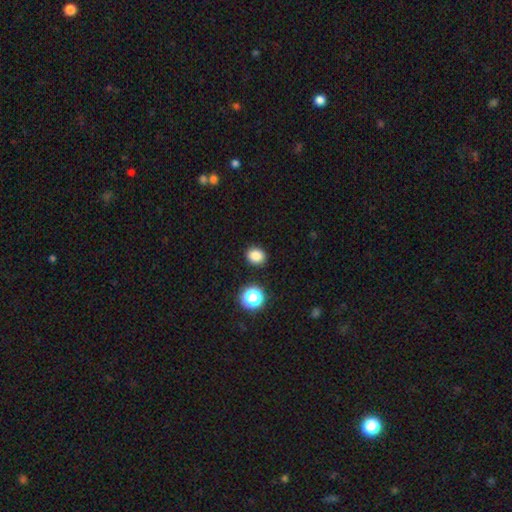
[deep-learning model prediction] This is clearly a smooth galaxy (83%). How rounded: likely round (66%). Merging: clearly none (88%).